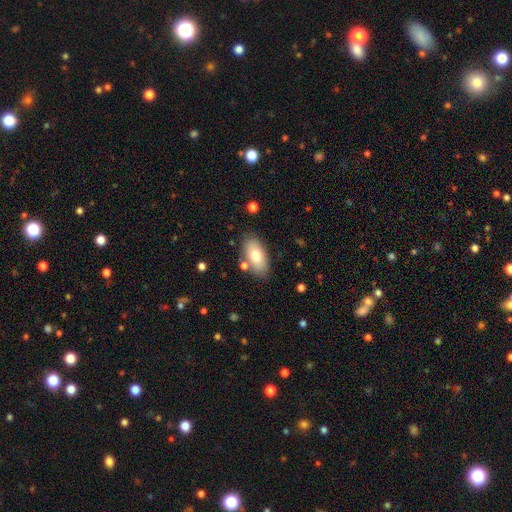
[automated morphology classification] smooth-or-featured: smooth: 73% | featured or disk: 20% | star or artifact: 7%
  how-rounded: in between: 92% | round: 4% | cigar-shaped: 3%
  merging: none: 79% | minor disturbance: 12% | merger: 5% | major disturbance: 3%